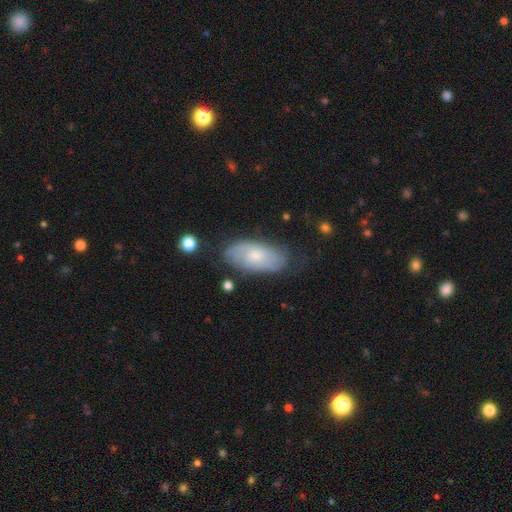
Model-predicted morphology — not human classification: Smooth or featured? featured or disk (48%)
Merging? none (68%)